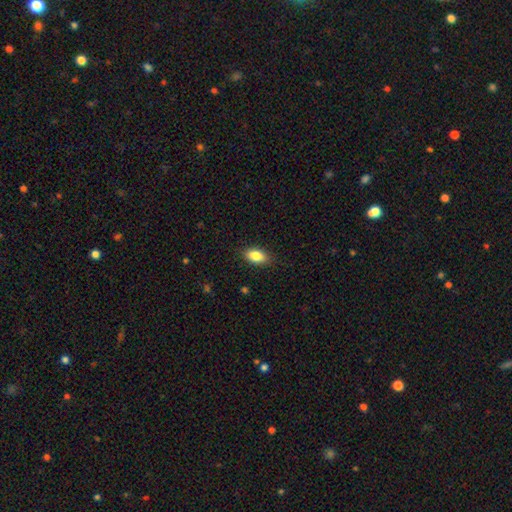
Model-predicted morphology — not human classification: A smooth galaxy with no disk features (85%) that is in between round and cigar-shaped (89%). Merging: none (87%).